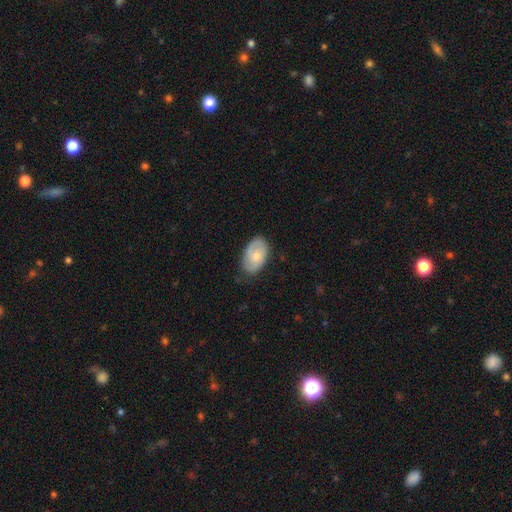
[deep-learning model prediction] The model was most divided on "smooth or featured": smooth: 53%, featured or disk: 42%, star or artifact: 6%. More confident: how rounded — in between (91%); merging — none (71%).